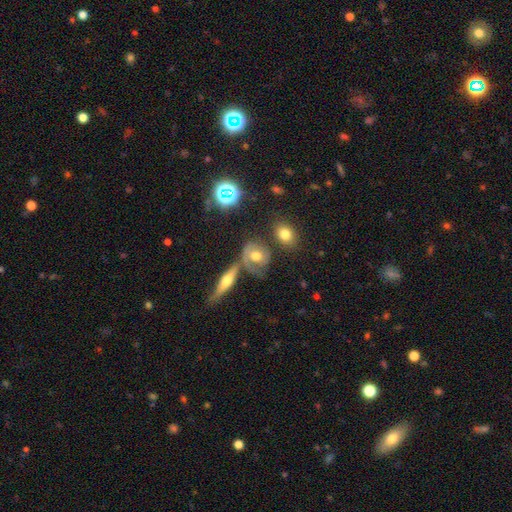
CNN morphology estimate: smooth_or_featured: smooth (p=0.46) [alt: featured or disk p=0.41]
merging: none (p=0.52) [alt: merger p=0.20]